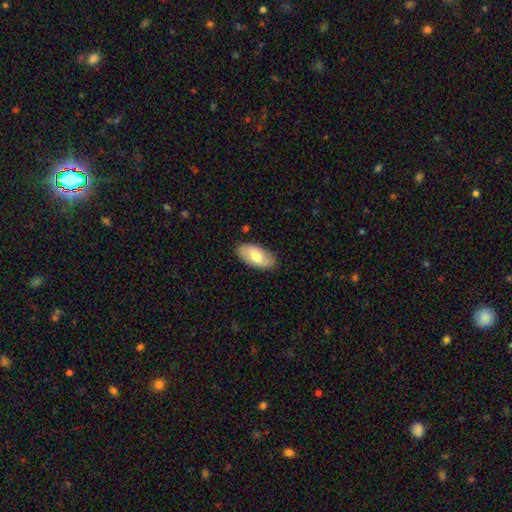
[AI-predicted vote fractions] smooth 66%, featured or disk 28%, star or artifact 5%. Down the decision tree: how rounded — in between (94%); merging — none (86%).